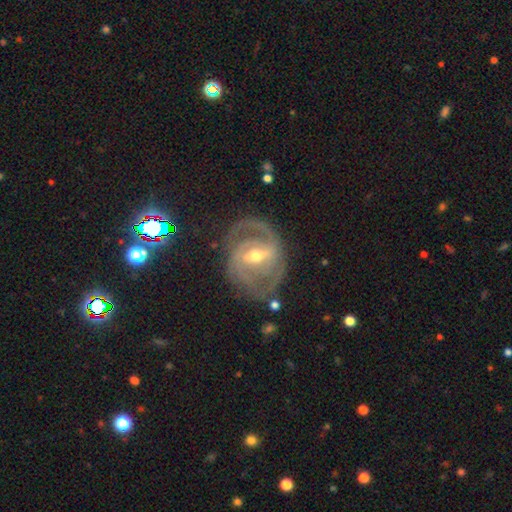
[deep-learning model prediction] Smooth or featured? featured or disk (87%)
Edge-on disk? no (96%)
Bar? strong (46%)
Spiral arms? yes (92%)
Spiral winding? tight (47%)
Spiral arm count? 2 (68%)
Bulge size? moderate (64%)
Merging? none (71%)